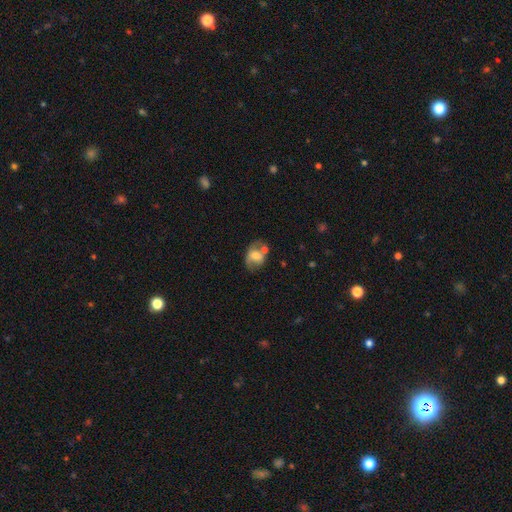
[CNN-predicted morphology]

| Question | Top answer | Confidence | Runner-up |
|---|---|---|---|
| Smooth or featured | smooth | 52% | featured or disk (39%) |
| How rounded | in between | 68% | round (31%) |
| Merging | none | 40% | merger (24%) |